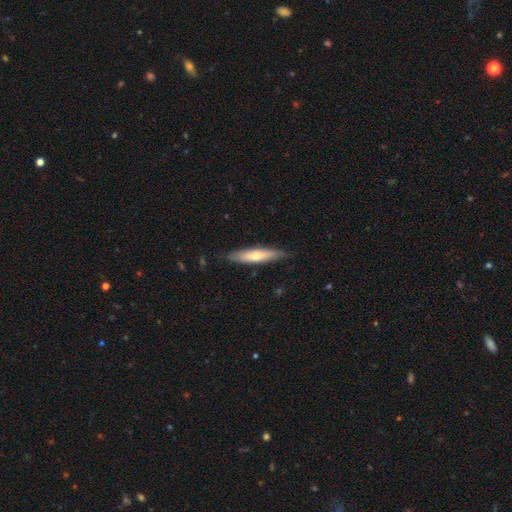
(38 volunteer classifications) A smooth galaxy with no disk features (61%) that is cigar-shaped (57%). Merging: none (92%).